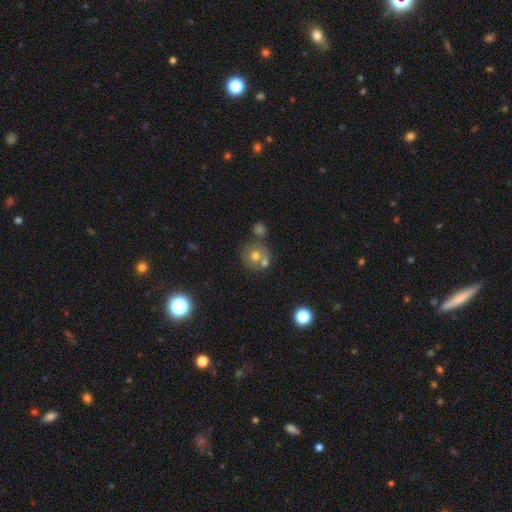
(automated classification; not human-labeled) Smooth or featured? Predicted: smooth (p=0.58). How rounded? Predicted: round (p=0.87). Merging? Predicted: none (p=0.53).